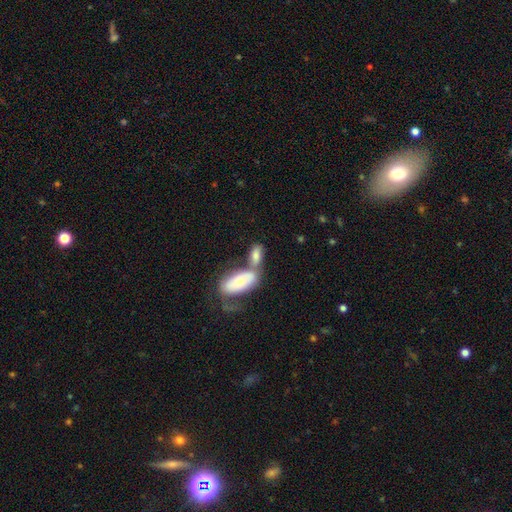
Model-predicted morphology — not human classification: A smooth galaxy with no disk features (68%) that is in between round and cigar-shaped (86%).

Vote fractions:
- Smooth or featured? smooth: 68% / featured or disk: 25% / star or artifact: 7%
- How rounded? in between: 86% / cigar-shaped: 10% / round: 4%
- Merging? merger: 55% / none: 29% / minor disturbance: 11% / major disturbance: 6%